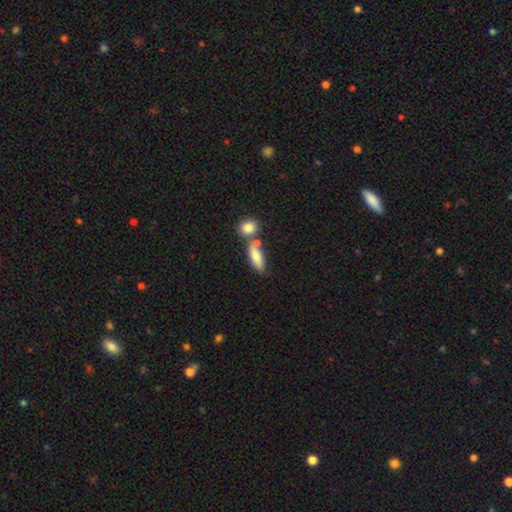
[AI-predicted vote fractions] Overall: smooth (77%). How rounded: in between (54%; cigar-shaped 41%). Merging: none (51%; merger 32%).